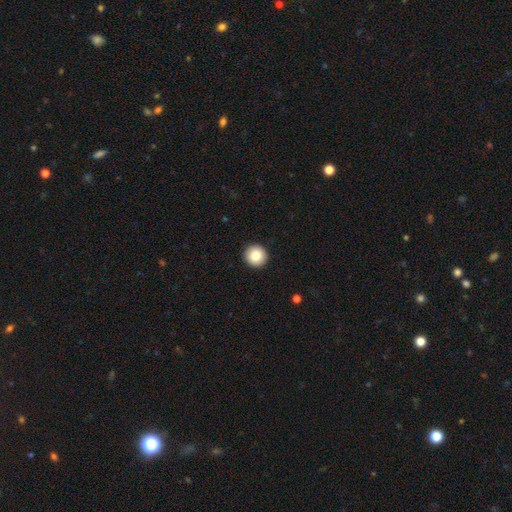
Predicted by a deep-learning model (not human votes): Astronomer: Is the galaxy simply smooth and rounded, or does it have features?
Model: smooth — 85%.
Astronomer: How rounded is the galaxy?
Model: round — 96%.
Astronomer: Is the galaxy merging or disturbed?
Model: none — 93%.